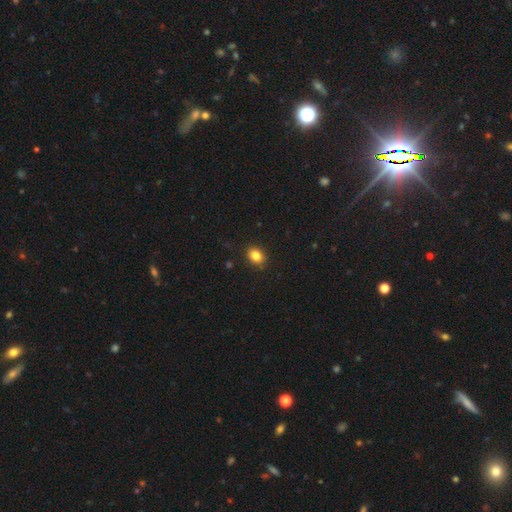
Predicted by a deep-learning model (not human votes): smooth-or-featured: smooth: 84% | star or artifact: 10% | featured or disk: 6%
  how-rounded: in between: 63% | round: 36% | cigar-shaped: 1%
  merging: none: 88% | minor disturbance: 9% | major disturbance: 2% | merger: 1%